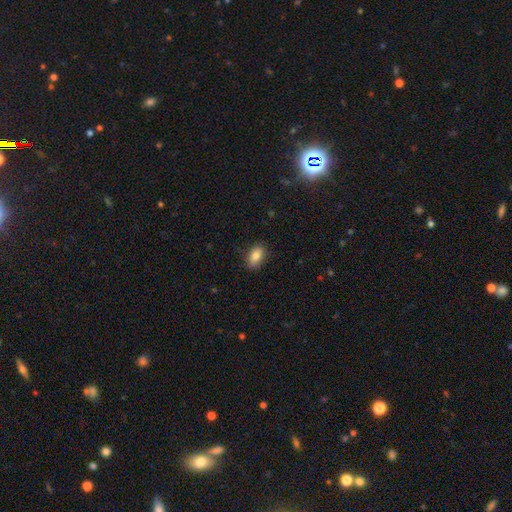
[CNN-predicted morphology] This appears to be a smooth galaxy with no disk features (82%) that is in between round and cigar-shaped (87%). Merging: none (84%).